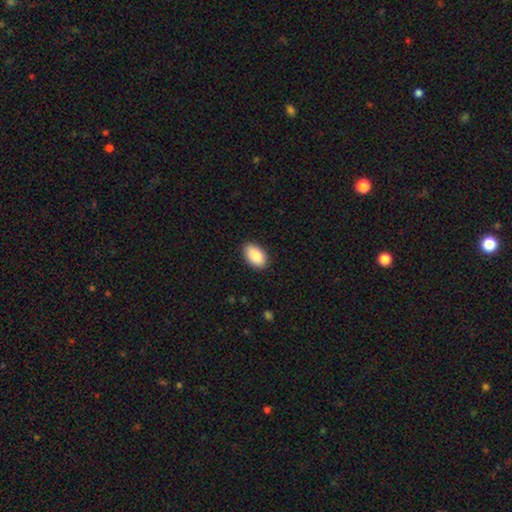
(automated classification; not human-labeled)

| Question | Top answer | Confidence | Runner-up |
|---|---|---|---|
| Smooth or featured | smooth | 88% | star or artifact (7%) |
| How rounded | in between | 93% | round (6%) |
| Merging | none | 88% | minor disturbance (9%) |